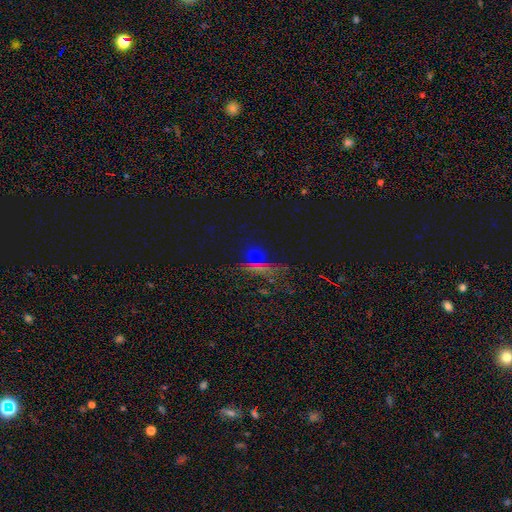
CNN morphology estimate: The model was most divided on "smooth or featured": star or artifact: 56%, smooth: 32%, featured or disk: 13%.